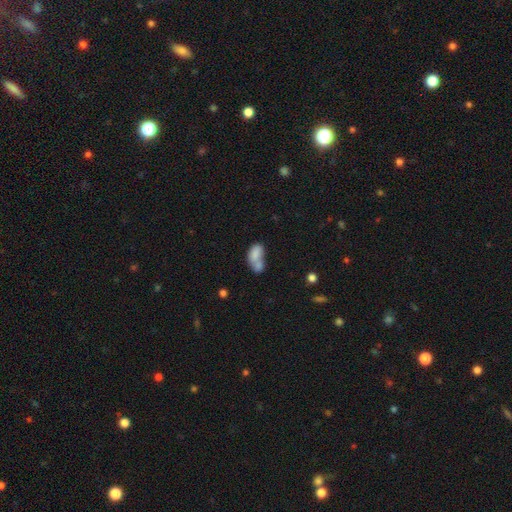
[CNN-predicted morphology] This appears to be a smooth galaxy with no disk features (75%) that is in between round and cigar-shaped (89%). Merging: merger (64%).